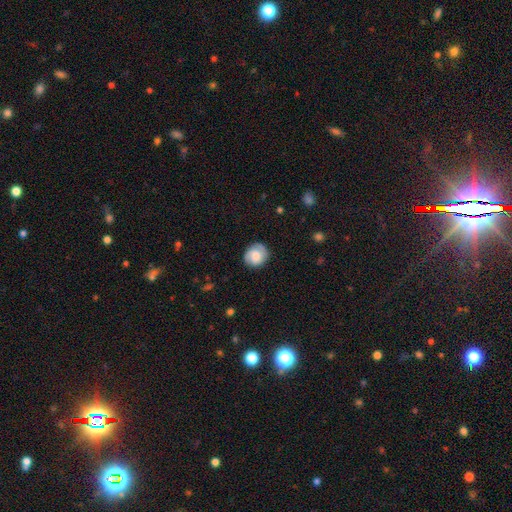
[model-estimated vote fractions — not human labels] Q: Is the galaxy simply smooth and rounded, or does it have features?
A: smooth — 61%.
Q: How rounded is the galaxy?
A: round — 79%.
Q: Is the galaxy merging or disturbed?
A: none — 80%.